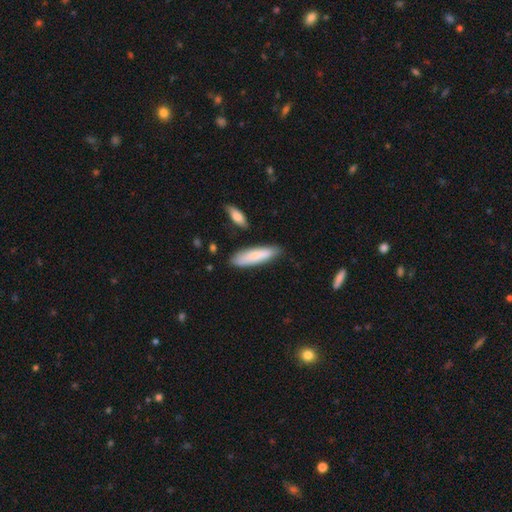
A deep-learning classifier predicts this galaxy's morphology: This is likely a smooth galaxy (78%). How rounded: likely cigar-shaped (69%). Merging: likely none (79%).